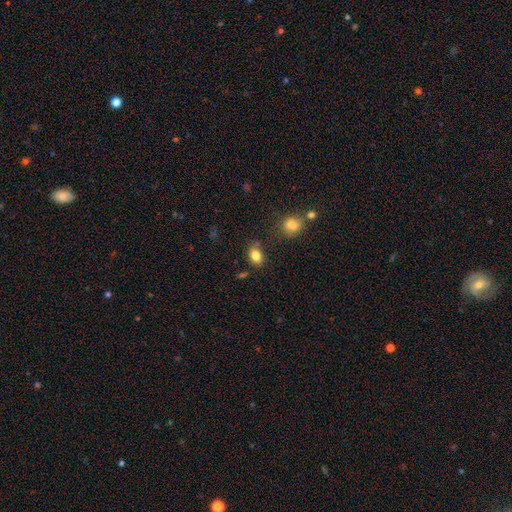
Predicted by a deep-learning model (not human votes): A smooth galaxy with no disk features (83%) that is in between round and cigar-shaped (78%).

Vote fractions:
- Smooth or featured? smooth: 83% / star or artifact: 10% / featured or disk: 7%
- How rounded? in between: 78% / round: 21% / cigar-shaped: 1%
- Merging? none: 77% / minor disturbance: 14% / merger: 5% / major disturbance: 4%